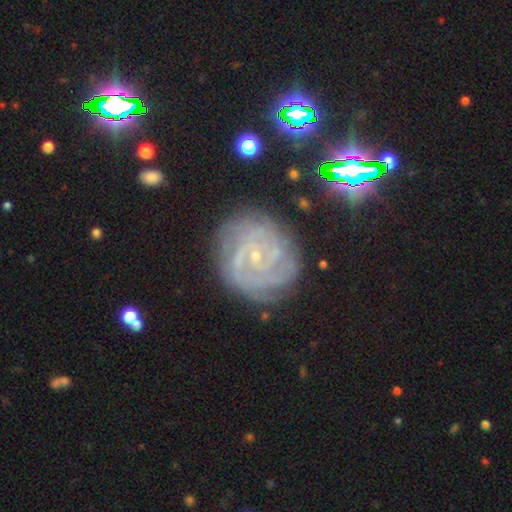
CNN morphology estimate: type=featured or disk (79%); edge-on=no (97%); bar=no (61%); spiral arms=yes (94%); winding=tight (72%); arm count=can't tell (32%); bulge=small (86%); merging=none (77%).